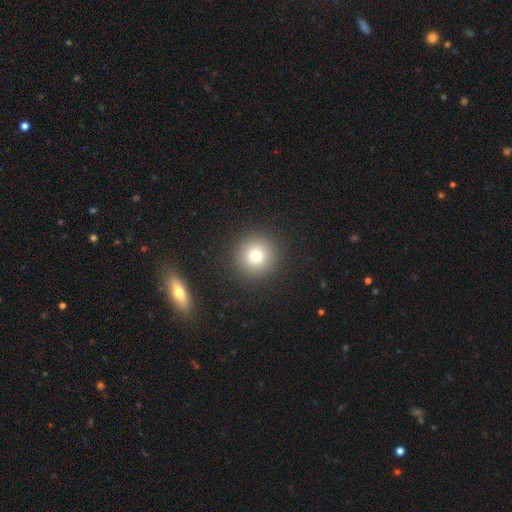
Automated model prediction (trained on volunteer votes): A smooth galaxy with no disk features (75%) that is round (95%). Merging: none (91%).